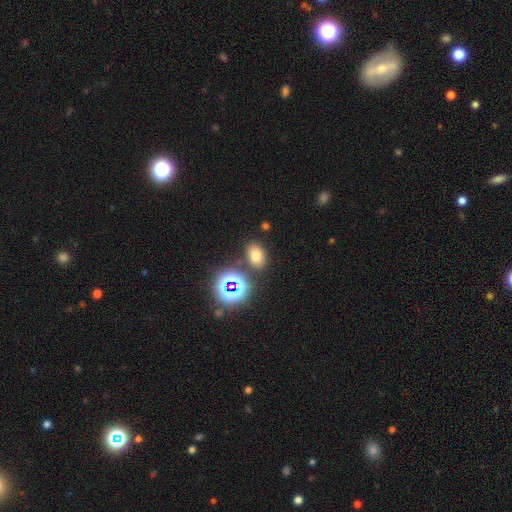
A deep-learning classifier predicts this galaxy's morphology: Overall: smooth (69%). How rounded: in between (76%). Merging: none (80%).